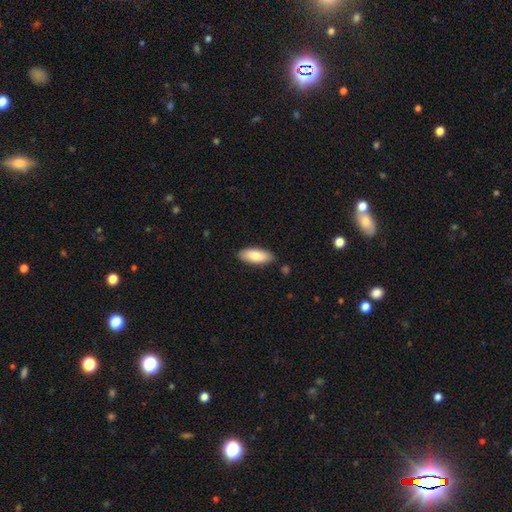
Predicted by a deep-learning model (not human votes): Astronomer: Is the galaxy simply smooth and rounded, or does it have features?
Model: smooth — 82%.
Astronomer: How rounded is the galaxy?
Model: in between — 79%.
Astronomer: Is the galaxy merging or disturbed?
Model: none — 86%.